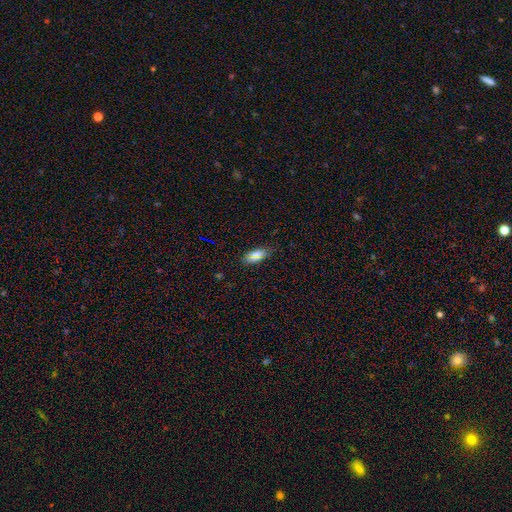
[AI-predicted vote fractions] A smooth galaxy with no disk features (71%) that is in between round and cigar-shaped (83%).

Vote fractions:
- Smooth or featured? smooth: 71% / star or artifact: 18% / featured or disk: 11%
- How rounded? in between: 83% / cigar-shaped: 12% / round: 4%
- Merging? none: 84% / minor disturbance: 12% / major disturbance: 3% / merger: 1%